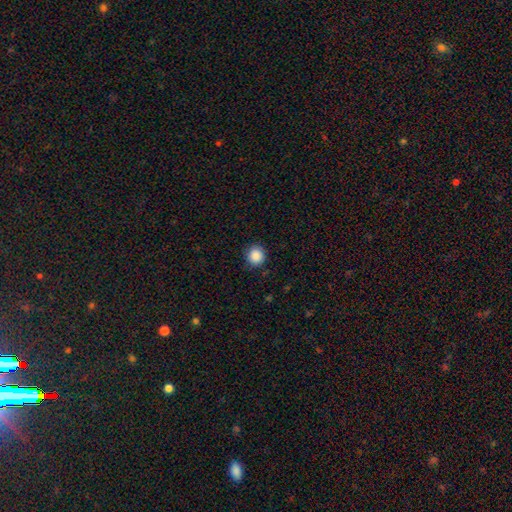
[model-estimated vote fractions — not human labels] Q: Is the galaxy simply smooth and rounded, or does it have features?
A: smooth — 88%.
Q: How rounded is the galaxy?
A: round — 88%.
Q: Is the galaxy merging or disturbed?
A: none — 88%.